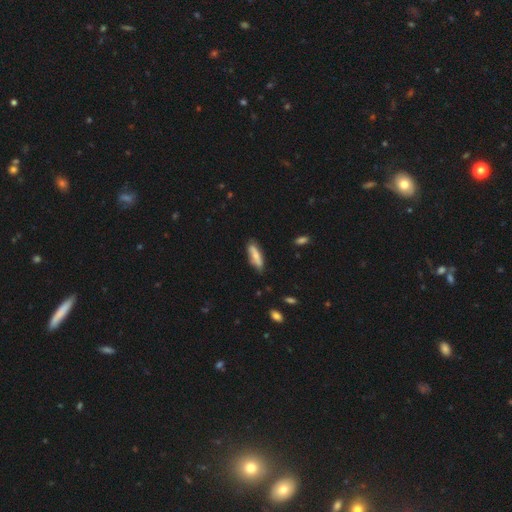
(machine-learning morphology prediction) Smooth or featured?
  - smooth: 69% *
  - featured or disk: 24%
  - star or artifact: 7%
How rounded?
  - cigar-shaped: 56% *
  - in between: 42%
  - round: 2%
Merging?
  - none: 71% *
  - minor disturbance: 22%
  - major disturbance: 4%
  - merger: 3%